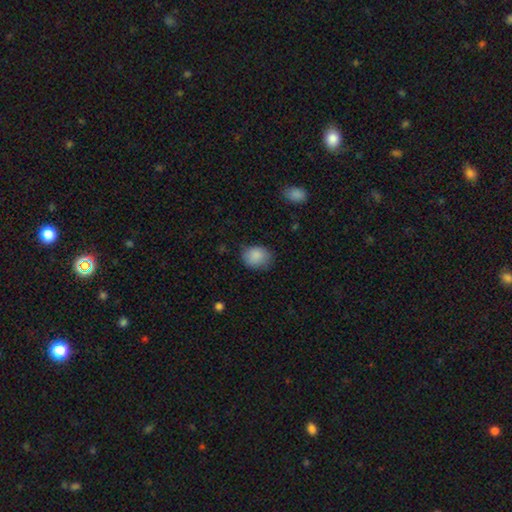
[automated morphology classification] Smooth or featured?
  - smooth: 87% *
  - star or artifact: 8%
  - featured or disk: 5%
How rounded?
  - round: 53% *
  - in between: 46%
  - cigar-shaped: 1%
Merging?
  - none: 72% *
  - minor disturbance: 22%
  - major disturbance: 5%
  - merger: 1%